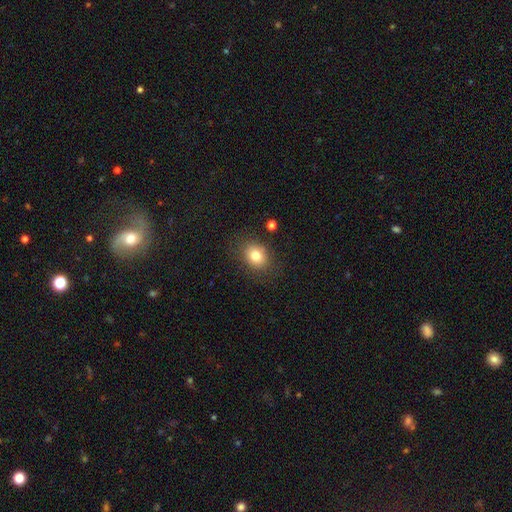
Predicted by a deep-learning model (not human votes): smooth_or_featured: smooth (p=0.79) [alt: star or artifact p=0.11]
how_rounded: in between (p=0.52) [alt: round p=0.47]
merging: none (p=0.81) [alt: minor disturbance p=0.12]